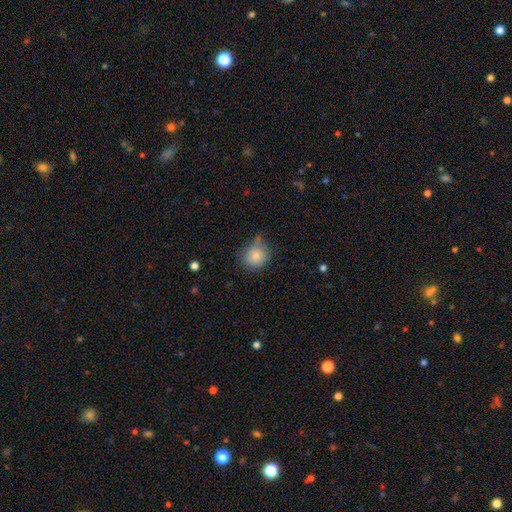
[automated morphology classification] Overall: smooth (82%). How rounded: round (80%). Merging: none (56%; minor disturbance 31%).